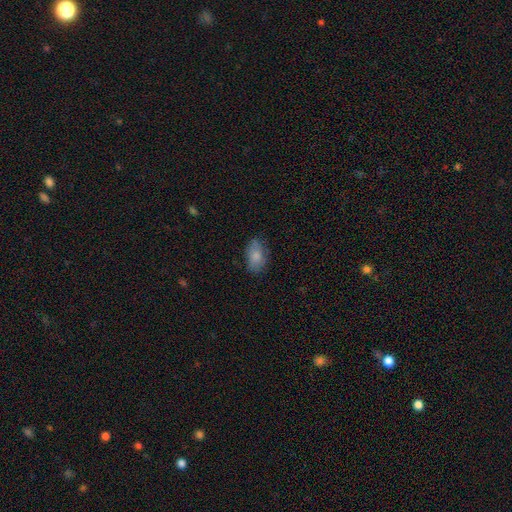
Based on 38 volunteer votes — A smooth galaxy with no disk features (84%) that is in between round and cigar-shaped (94%). Merging: none (63%).